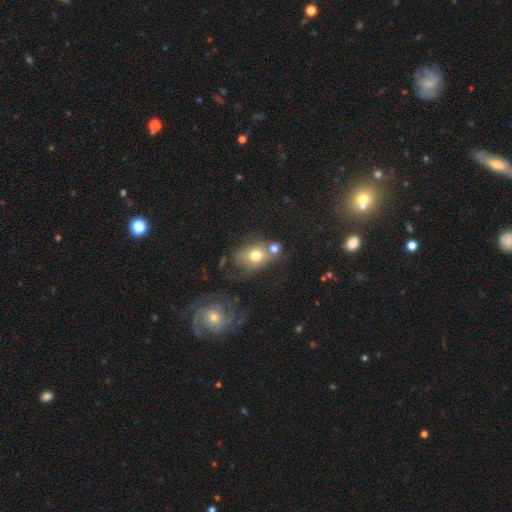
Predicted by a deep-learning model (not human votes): smooth_or_featured: smooth (p=0.61) [alt: featured or disk p=0.28]
how_rounded: in between (p=0.61) [alt: round p=0.38]
merging: none (p=0.39) [alt: merger p=0.29]